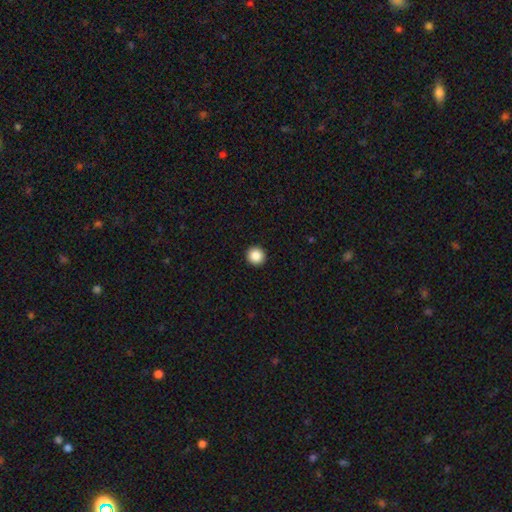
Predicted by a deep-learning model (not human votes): Smooth or featured? smooth (87%)
How rounded? round (95%)
Merging? none (94%)